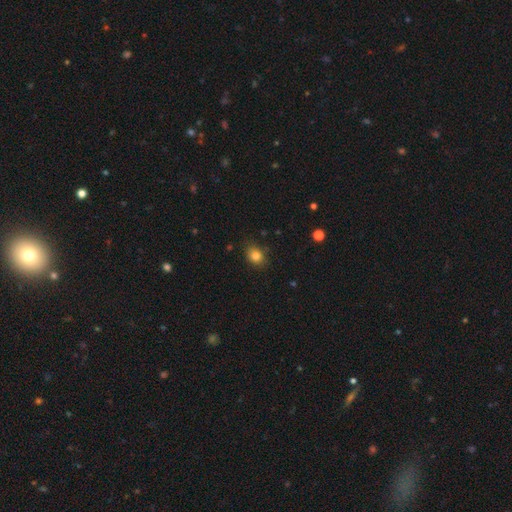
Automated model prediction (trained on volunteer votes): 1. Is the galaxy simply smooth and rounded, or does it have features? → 83% smooth, 11% star or artifact, 6% featured or disk.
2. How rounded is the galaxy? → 50% round, 49% in between, 1% cigar-shaped.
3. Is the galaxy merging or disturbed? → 80% none, 15% minor disturbance, 3% major disturbance, 1% merger.